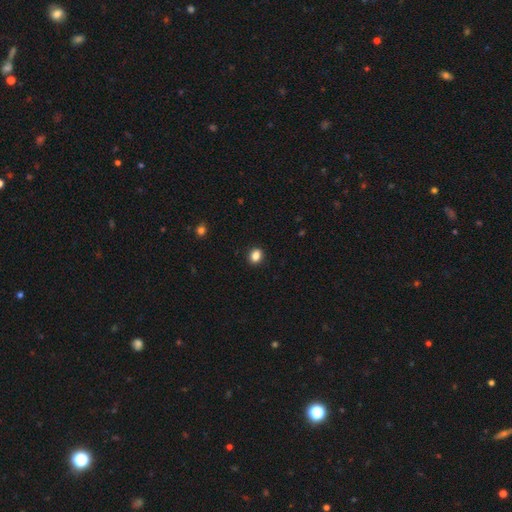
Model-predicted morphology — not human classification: Smooth or featured: smooth — 86% (star or artifact — 10%)
How rounded: round — 50% (in between — 49%)
Merging: none — 91% (minor disturbance — 7%)